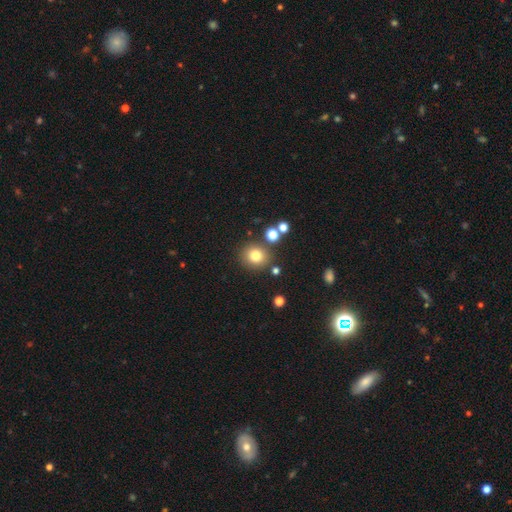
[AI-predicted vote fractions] Overall: smooth (78%). How rounded: round (83%). Merging: none (82%).